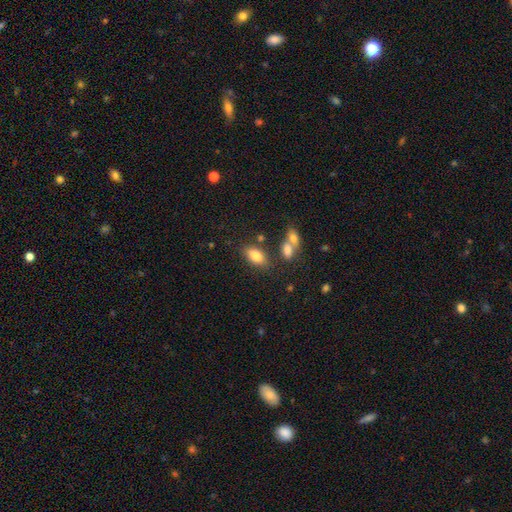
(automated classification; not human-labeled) A smooth galaxy with no disk features (81%) that is in between round and cigar-shaped (88%). Merging: none (71%).